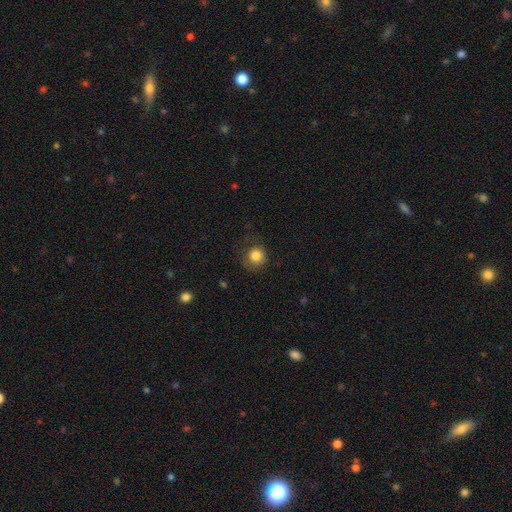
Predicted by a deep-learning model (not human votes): Smooth or featured? Predicted: smooth (p=0.84). How rounded? Predicted: round (p=0.90). Merging? Predicted: none (p=0.71).